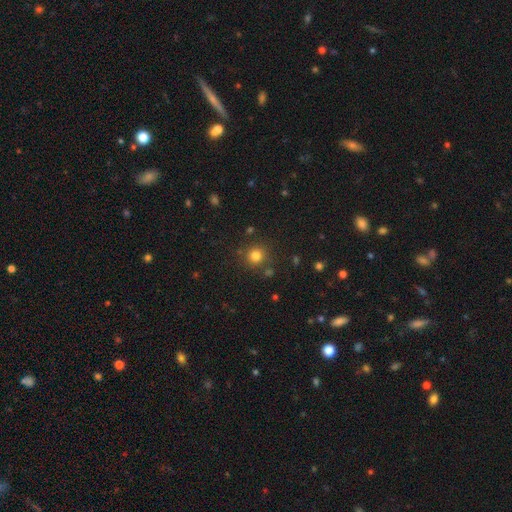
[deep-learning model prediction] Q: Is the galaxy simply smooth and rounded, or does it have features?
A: smooth — 79%.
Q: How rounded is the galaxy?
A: round — 93%.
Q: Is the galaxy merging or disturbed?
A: none — 84%.